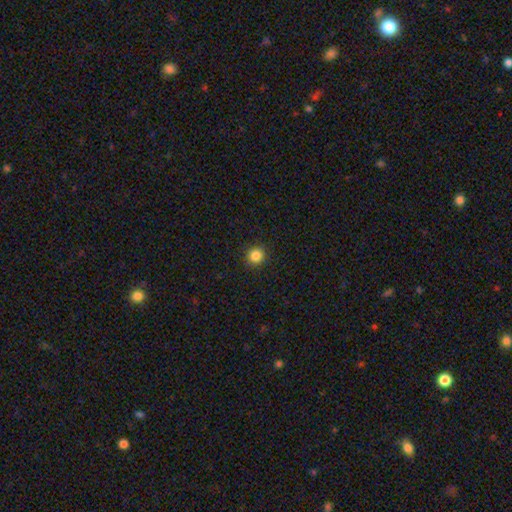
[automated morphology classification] smooth-or-featured: smooth: 84% | star or artifact: 12% | featured or disk: 4%
  how-rounded: round: 93% | in between: 6% | cigar-shaped: 1%
  merging: none: 93% | minor disturbance: 5% | major disturbance: 2% | merger: 1%